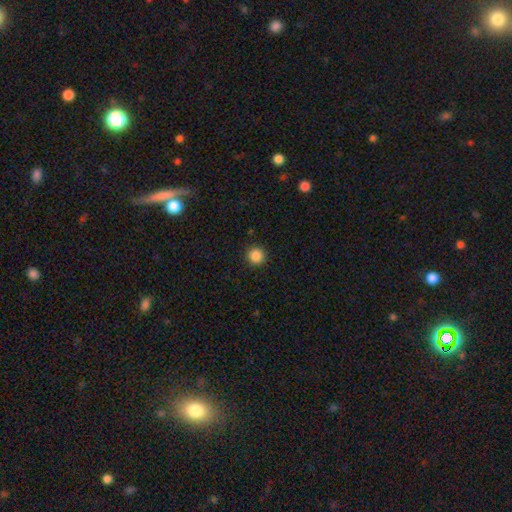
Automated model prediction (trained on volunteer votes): A smooth galaxy with no disk features (86%) that is round (95%).

Vote fractions:
- Smooth or featured? smooth: 86% / star or artifact: 11% / featured or disk: 3%
- How rounded? round: 95% / in between: 4% / cigar-shaped: 1%
- Merging? none: 92% / minor disturbance: 5% / major disturbance: 2% / merger: 1%